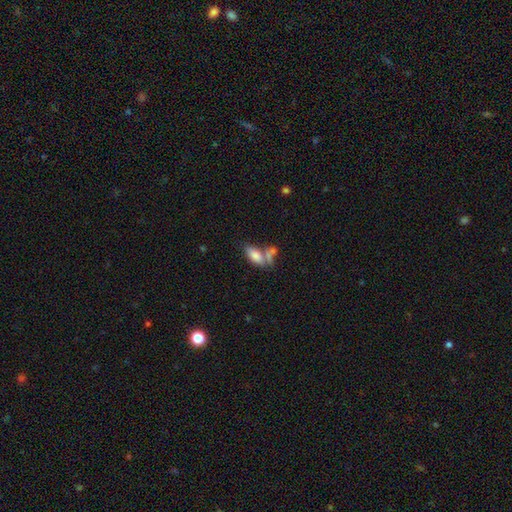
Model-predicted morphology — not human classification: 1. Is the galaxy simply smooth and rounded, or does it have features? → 81% smooth, 11% featured or disk, 8% star or artifact.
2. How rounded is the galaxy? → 89% in between, 8% cigar-shaped, 3% round.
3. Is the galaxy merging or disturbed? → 41% none, 39% merger, 14% minor disturbance, 7% major disturbance.